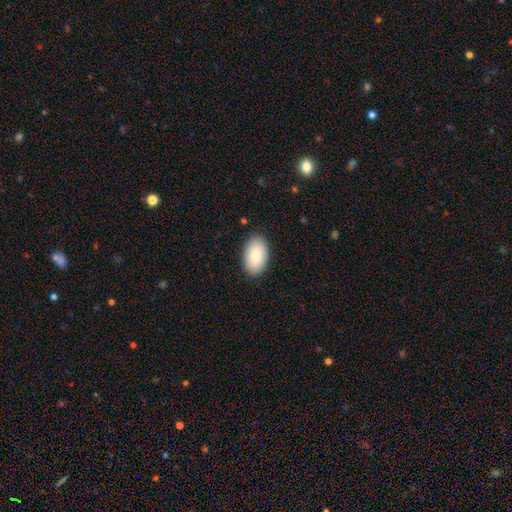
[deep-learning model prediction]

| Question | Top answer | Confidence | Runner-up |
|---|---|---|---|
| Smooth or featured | smooth | 83% | featured or disk (11%) |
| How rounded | in between | 94% | round (5%) |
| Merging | none | 87% | minor disturbance (10%) |